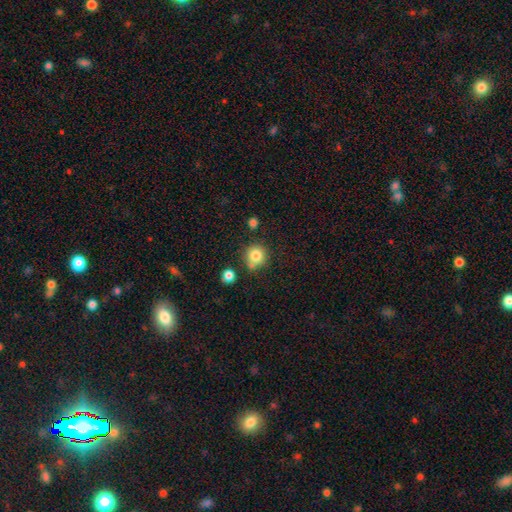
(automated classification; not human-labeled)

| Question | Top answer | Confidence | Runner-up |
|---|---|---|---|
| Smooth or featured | smooth | 81% | star or artifact (11%) |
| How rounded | round | 92% | in between (7%) |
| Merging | none | 72% | merger (13%) |